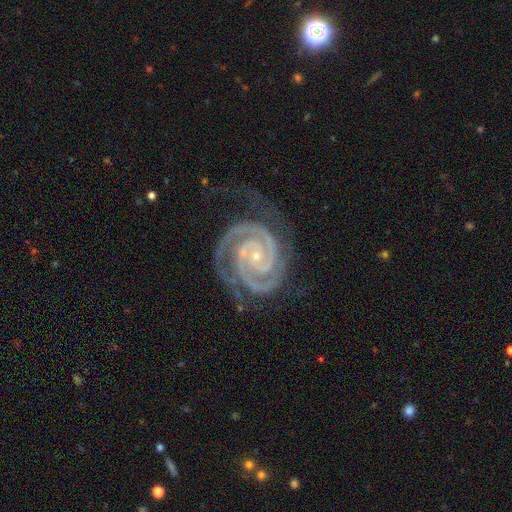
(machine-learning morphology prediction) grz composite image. It shows a featured or disk galaxy (94%) with no bar (65%), 2 (80%) tight (83%) spiral arms (99%) and a small central bulge (85%). Merging: none (72%).